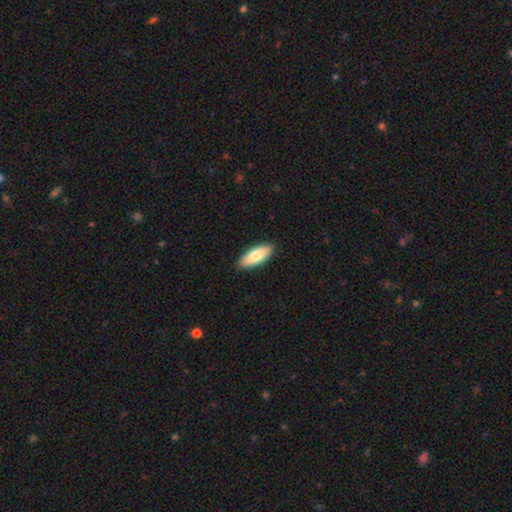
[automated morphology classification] A smooth galaxy with no disk features (79%) that is in between round and cigar-shaped (75%). Merging: none (90%).